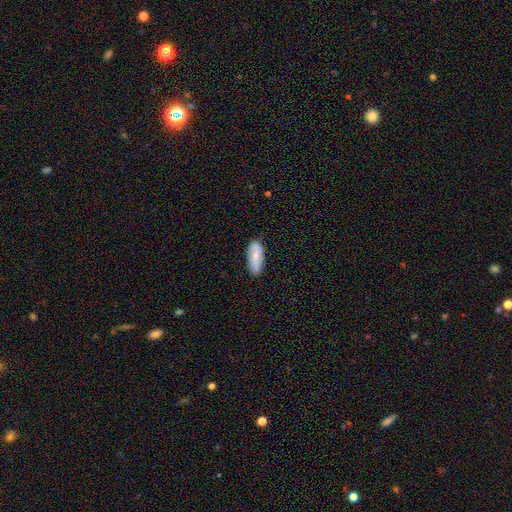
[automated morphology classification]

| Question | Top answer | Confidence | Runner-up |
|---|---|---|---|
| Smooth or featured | smooth | 63% | featured or disk (31%) |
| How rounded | in between | 82% | cigar-shaped (15%) |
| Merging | none | 80% | minor disturbance (16%) |